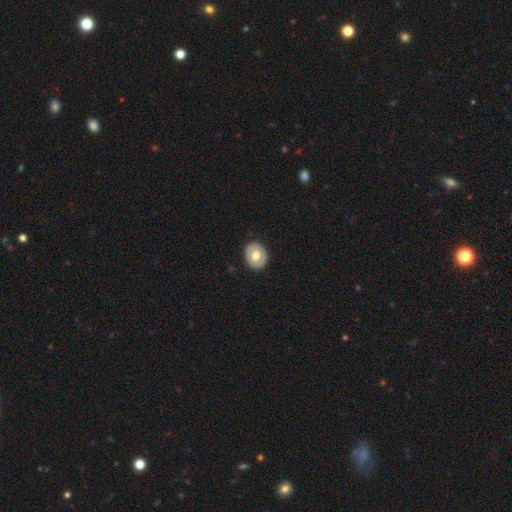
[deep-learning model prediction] Morphology: type=smooth (60%); roundness=round (58%); merging=none (88%).